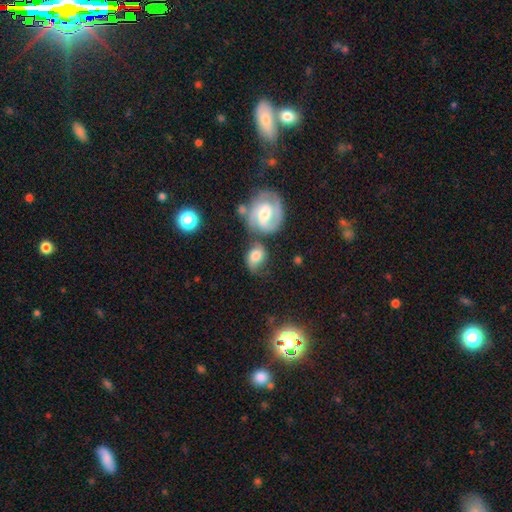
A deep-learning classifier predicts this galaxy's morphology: Smooth or featured? Predicted: smooth (p=0.57). How rounded? Predicted: in between (p=0.58). Merging? Predicted: none (p=0.44).